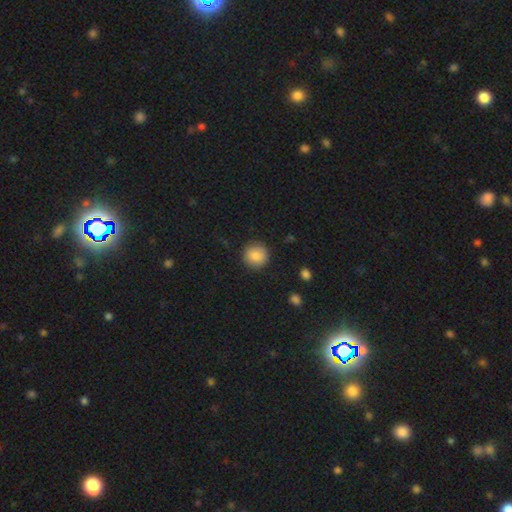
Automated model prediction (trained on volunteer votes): smooth-or-featured: smooth: 85% | star or artifact: 9% | featured or disk: 7%
  how-rounded: round: 93% | in between: 6% | cigar-shaped: 1%
  merging: none: 88% | minor disturbance: 8% | major disturbance: 2% | merger: 1%